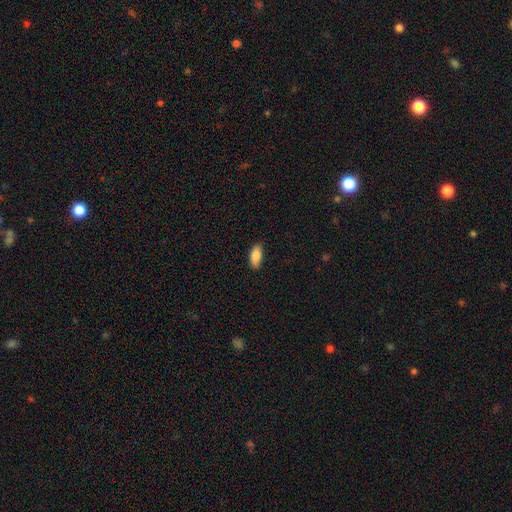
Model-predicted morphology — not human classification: This appears to be a smooth galaxy with no disk features (87%) that is in between round and cigar-shaped (89%). Merging: none (84%).